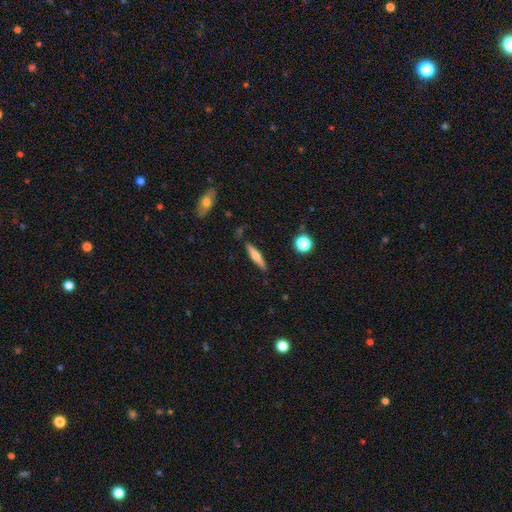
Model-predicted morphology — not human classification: Overall: smooth (50%; featured or disk 43%). Merging: none (84%).